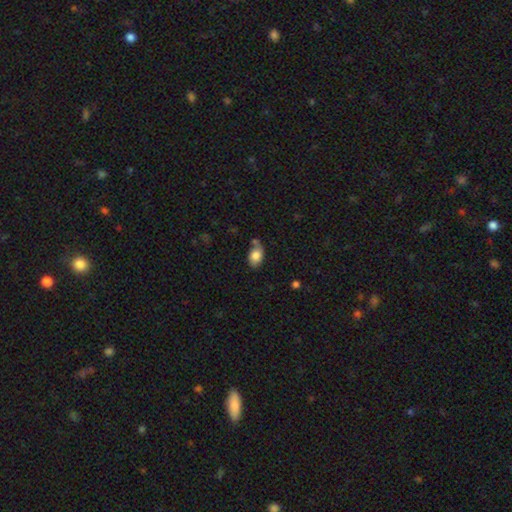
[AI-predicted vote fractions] This appears to be a smooth galaxy with no disk features (78%) that is in between round and cigar-shaped (83%). Merging: none (49%).